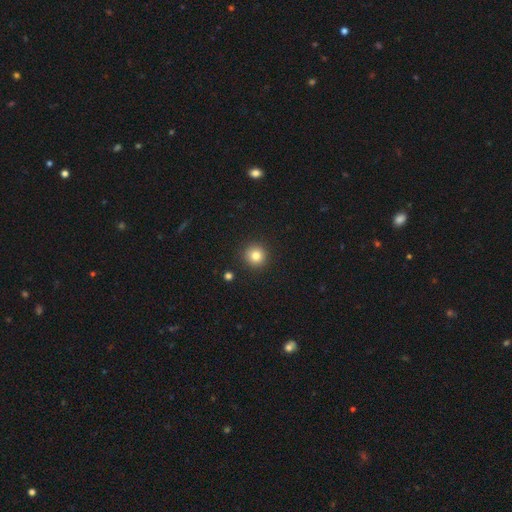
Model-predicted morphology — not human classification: smooth 82%, star or artifact 12%, featured or disk 6%. Down the decision tree: how rounded — round (95%); merging — none (92%).